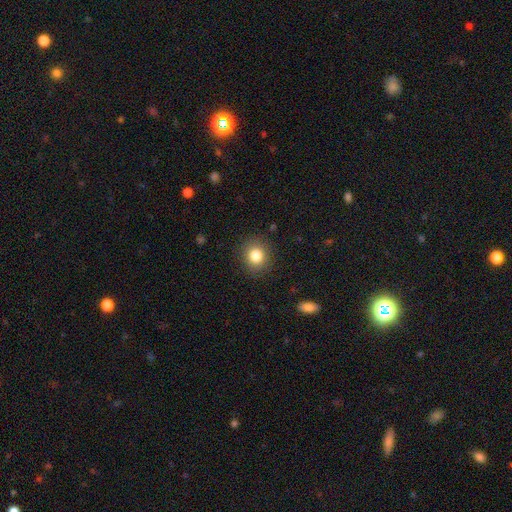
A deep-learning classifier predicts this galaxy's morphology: A smooth galaxy with no disk features (83%) that is round (82%). Merging: none (89%).